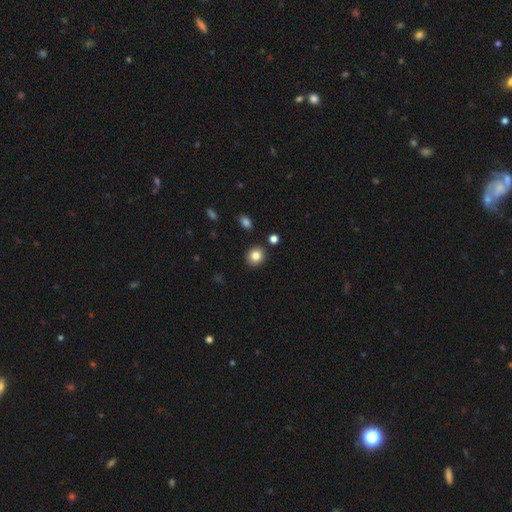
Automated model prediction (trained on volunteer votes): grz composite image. It shows a smooth galaxy with no disk features (84%) that is round (74%). Merging: none (88%).